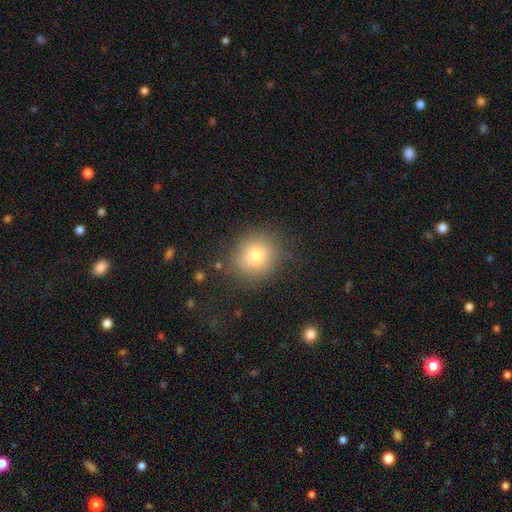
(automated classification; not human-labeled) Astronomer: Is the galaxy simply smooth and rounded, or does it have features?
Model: smooth — 76%.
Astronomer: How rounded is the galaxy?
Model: round — 81%.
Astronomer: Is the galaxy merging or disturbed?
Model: none — 83%.